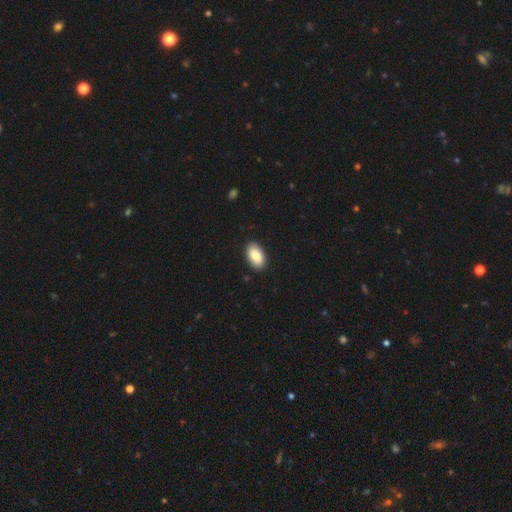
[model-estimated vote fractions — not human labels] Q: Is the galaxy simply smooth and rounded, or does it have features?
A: smooth — 87%.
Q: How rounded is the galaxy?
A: in between — 95%.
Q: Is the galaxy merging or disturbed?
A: none — 90%.